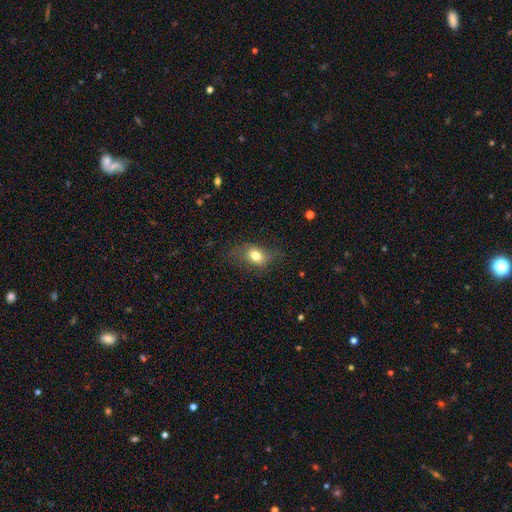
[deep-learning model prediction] A smooth galaxy with no disk features (76%) that is in between round and cigar-shaped (68%). Merging: none (62%).